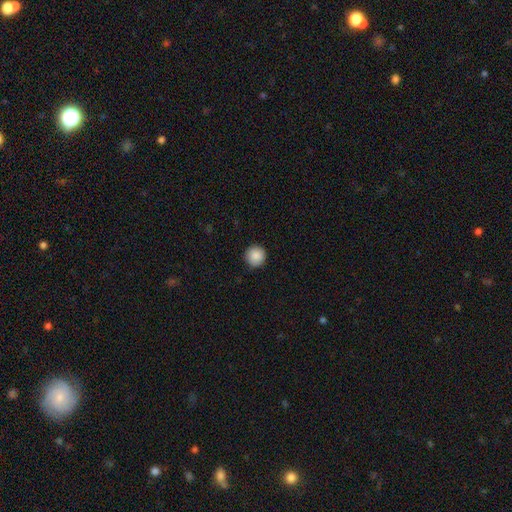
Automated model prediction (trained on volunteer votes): This is clearly a smooth galaxy (89%). How rounded: clearly round (96%). Merging: clearly none (91%).